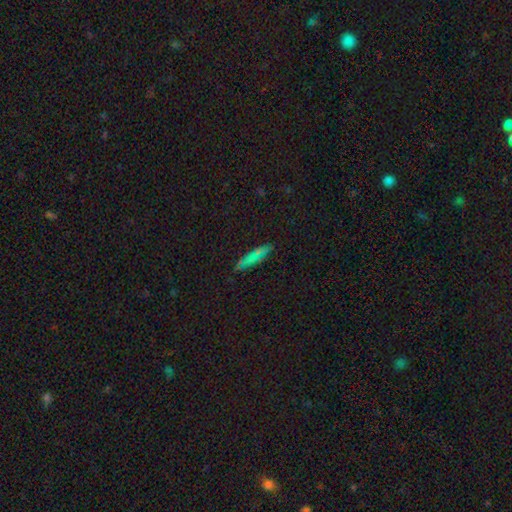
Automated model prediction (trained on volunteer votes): The model was most divided on "how rounded": cigar-shaped: 50%, in between: 42%, round: 8%. More confident: merging — none (81%); smooth or featured — smooth (52%).